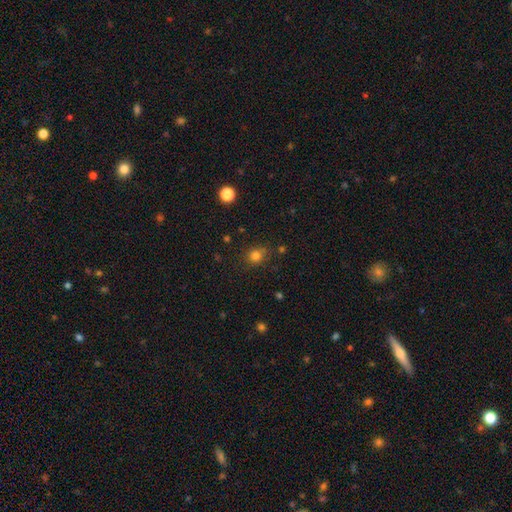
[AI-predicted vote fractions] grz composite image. It shows a smooth galaxy with no disk features (79%) that is round (76%). Merging: none (76%).